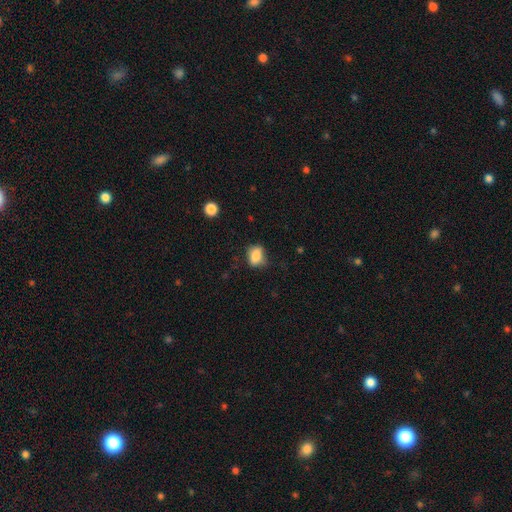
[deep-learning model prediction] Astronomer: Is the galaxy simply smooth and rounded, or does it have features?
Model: smooth — 83%.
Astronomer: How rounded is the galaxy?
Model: in between — 70%.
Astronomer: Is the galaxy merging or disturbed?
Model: none — 65%.